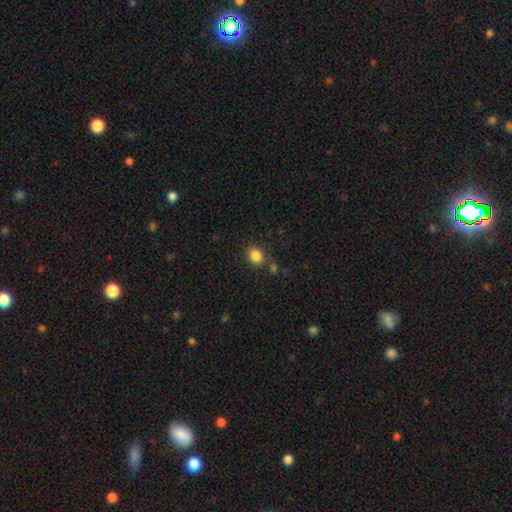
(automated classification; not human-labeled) Smooth or featured? smooth (85%)
How rounded? in between (59%)
Merging? none (79%)